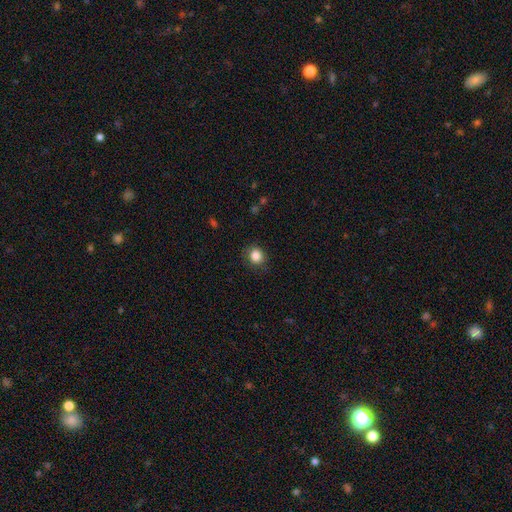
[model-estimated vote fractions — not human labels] Overall: smooth (85%). How rounded: round (79%). Merging: none (84%).